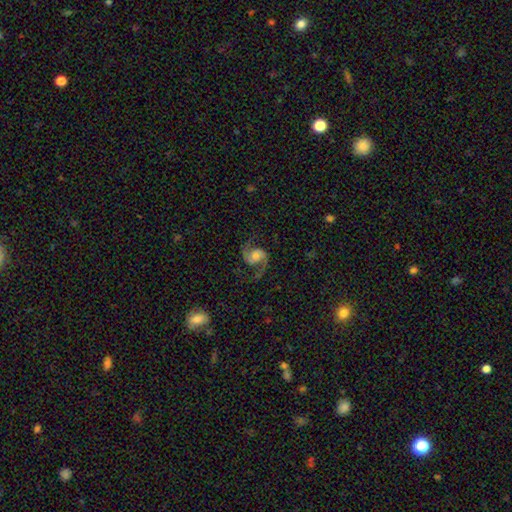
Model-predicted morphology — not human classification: A featured or disk galaxy (92%) with no bar (59%), 2 (95%) medium (58%) spiral arms (98%) and a moderate central bulge (49%). Merging: none (82%).